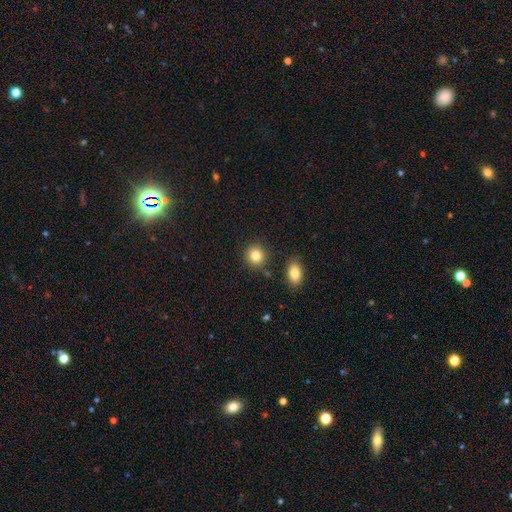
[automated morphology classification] Overall: smooth (85%). How rounded: round (86%). Merging: none (85%).